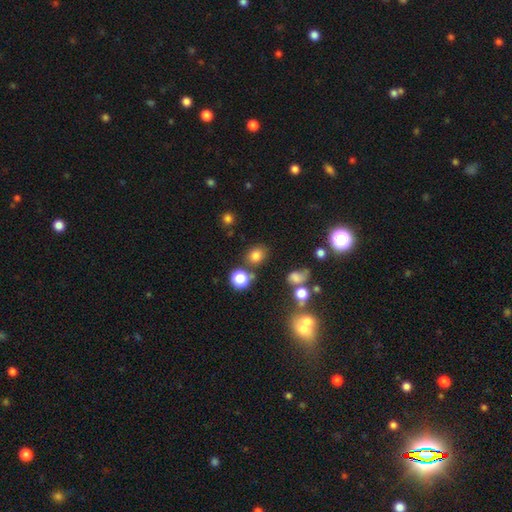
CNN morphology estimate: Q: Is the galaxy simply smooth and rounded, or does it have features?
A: smooth — 76%.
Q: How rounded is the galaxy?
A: round — 64%.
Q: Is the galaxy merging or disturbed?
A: none — 77%.